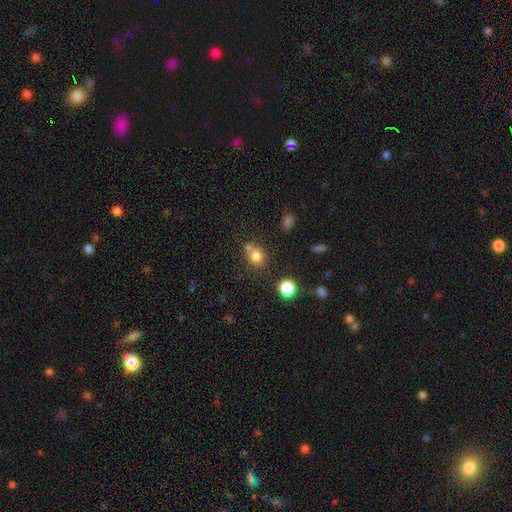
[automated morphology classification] This is likely a smooth galaxy (78%). How rounded: likely round (71%). Merging: possibly none (53%).